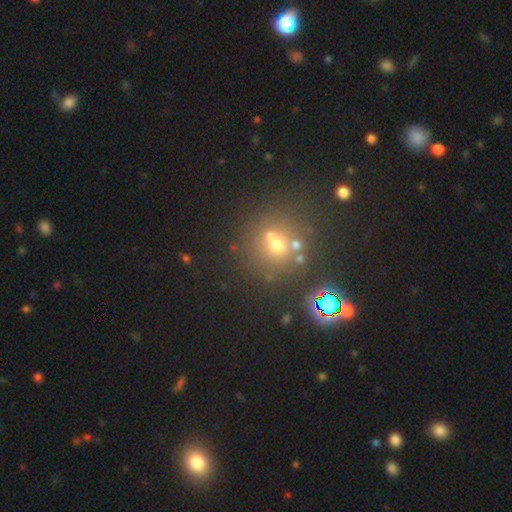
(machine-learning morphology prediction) smooth-or-featured: star or artifact: 47% | smooth: 39% | featured or disk: 14%